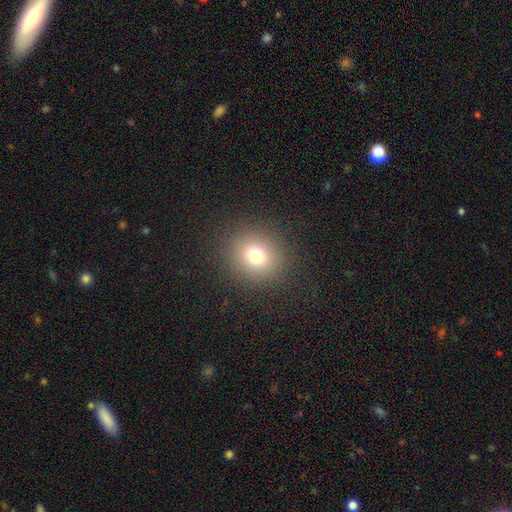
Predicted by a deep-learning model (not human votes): Smooth or featured? Predicted: smooth (p=0.74). How rounded? Predicted: round (p=0.85). Merging? Predicted: none (p=0.90).